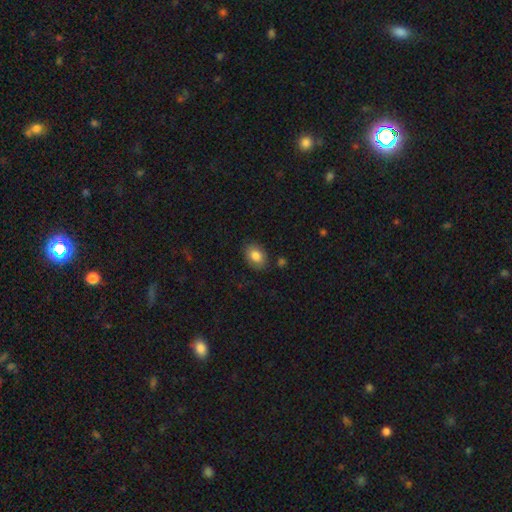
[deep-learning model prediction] A smooth galaxy with no disk features (83%) that is in between round and cigar-shaped (80%). Merging: none (84%).